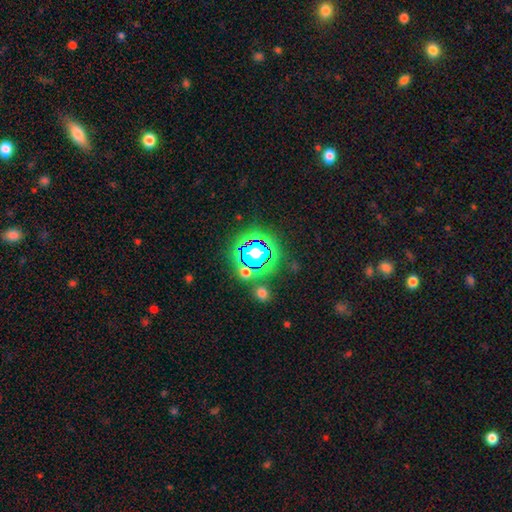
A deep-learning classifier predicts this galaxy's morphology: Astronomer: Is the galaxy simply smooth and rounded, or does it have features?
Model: star or artifact — 74%.